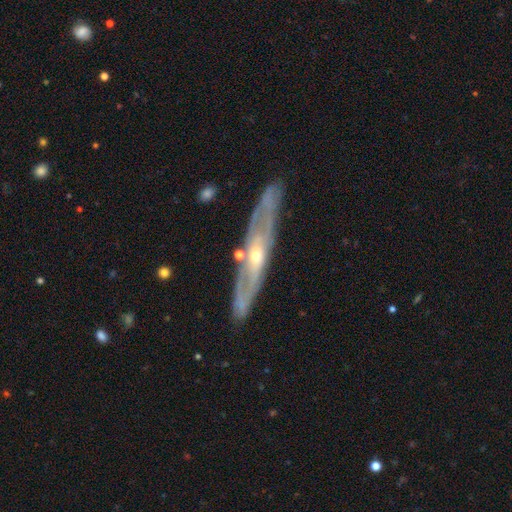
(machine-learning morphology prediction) A featured or disk galaxy (80%) viewed edge-on (57%). Merging: none (82%).